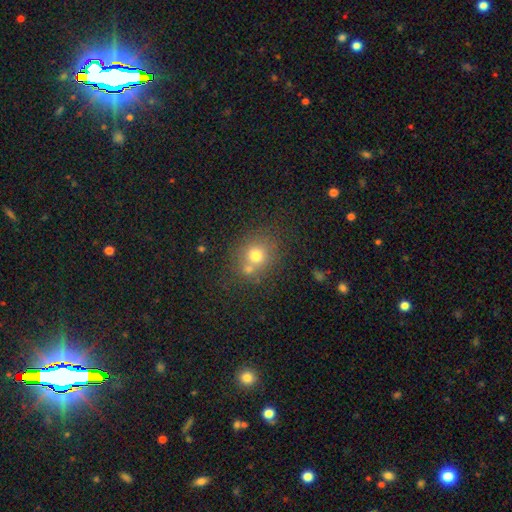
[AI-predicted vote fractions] This appears to be a smooth galaxy with no disk features (70%) that is round (81%). Merging: none (57%).